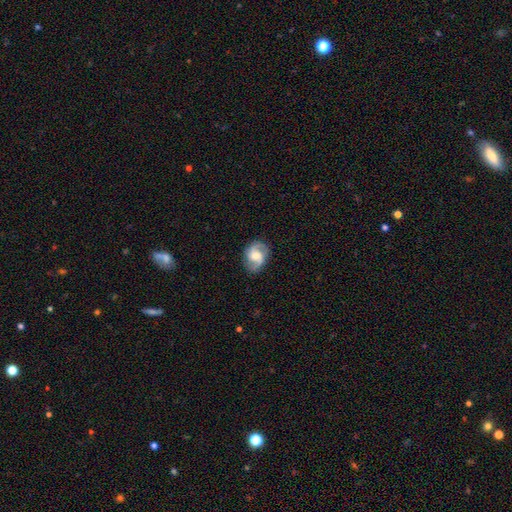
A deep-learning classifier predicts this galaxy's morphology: smooth-or-featured: featured or disk: 79% | smooth: 15% | star or artifact: 6%
  disk-edge-on: no: 98% | yes: 2%
    bar: no: 46% | weak: 43% | strong: 10%
    has-spiral-arms: yes: 96% | no: 4%
      spiral-winding: medium: 53% | loose: 24% | tight: 23%
      spiral-arm-count: 2: 88% | can't tell: 4% | 3: 3% | 1: 2% | 4: 1% | more than 4: 1%
    bulge-size: moderate: 61% | small: 22% | large: 12% | none: 3% | dominant: 2%
  merging: none: 81% | minor disturbance: 13% | major disturbance: 4% | merger: 1%